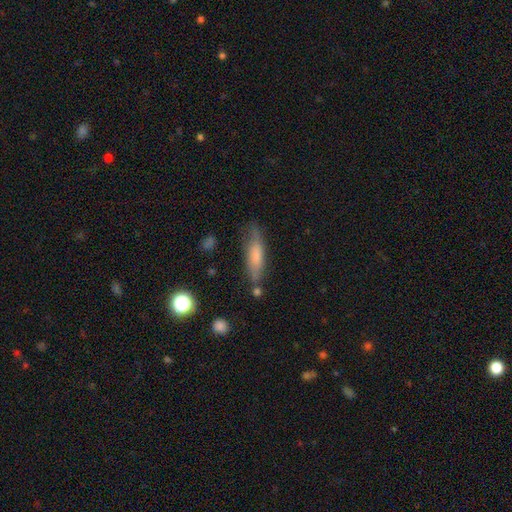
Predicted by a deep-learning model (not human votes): Morphology: type=smooth (68%); roundness=cigar-shaped (67%); merging=none (64%).